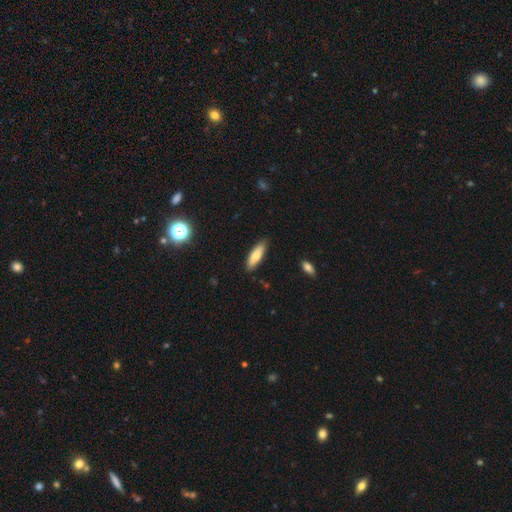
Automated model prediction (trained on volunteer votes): The model was most divided on "how rounded": in between: 51%, cigar-shaped: 47%, round: 2%. More confident: merging — none (86%); smooth or featured — smooth (79%).